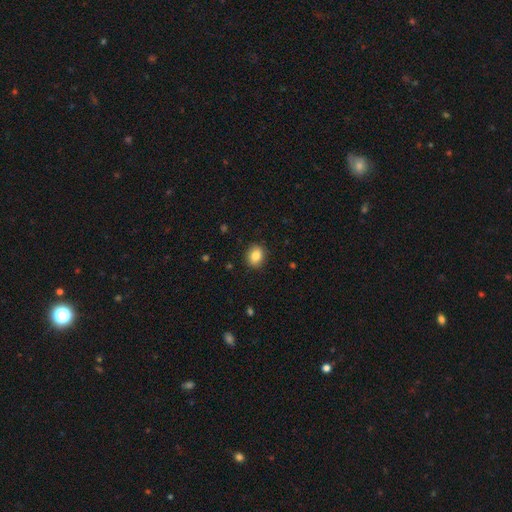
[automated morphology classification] Q: Smooth or featured?
A: smooth (85%); runner-up: star or artifact (9%)
Q: How rounded?
A: round (55%); runner-up: in between (44%)
Q: Merging?
A: none (89%); runner-up: minor disturbance (8%)